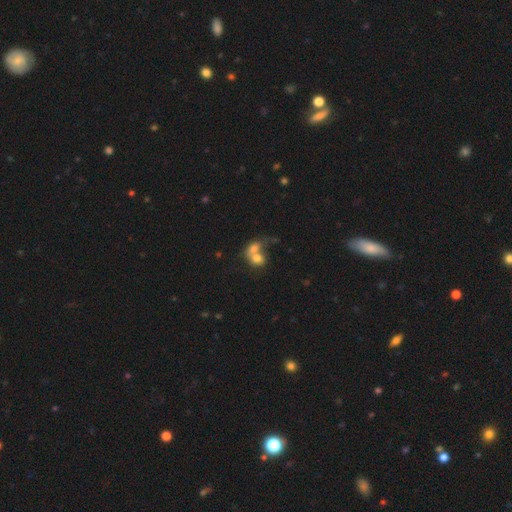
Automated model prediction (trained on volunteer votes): Q: Smooth or featured?
A: smooth (66%); runner-up: featured or disk (25%)
Q: How rounded?
A: in between (52%); runner-up: round (47%)
Q: Merging?
A: merger (77%); runner-up: none (12%)